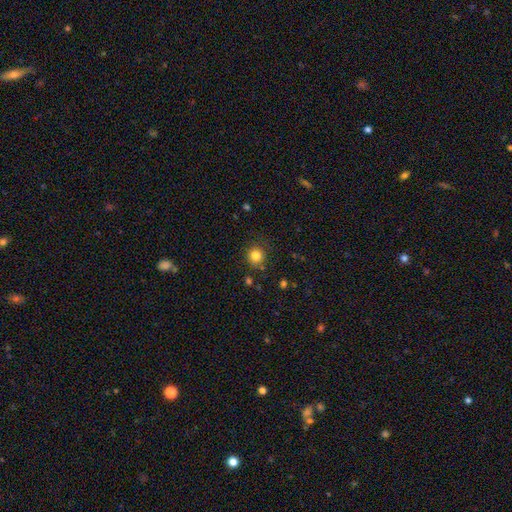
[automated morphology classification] smooth_or_featured: smooth (p=0.82) [alt: star or artifact p=0.13]
how_rounded: round (p=0.92) [alt: in between p=0.07]
merging: none (p=0.84) [alt: minor disturbance p=0.10]